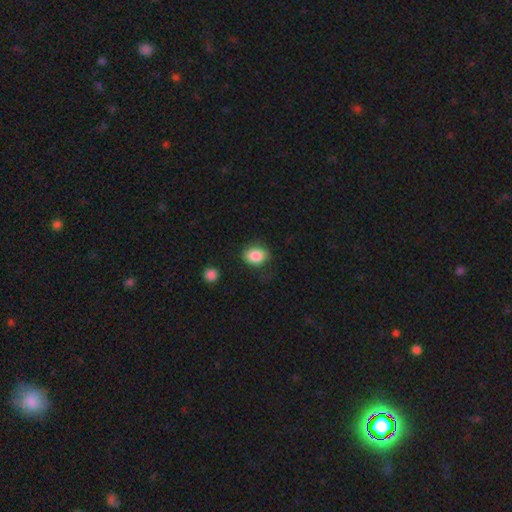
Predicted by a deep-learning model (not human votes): Overall: smooth (86%). How rounded: in between (63%; round 36%). Merging: none (76%).